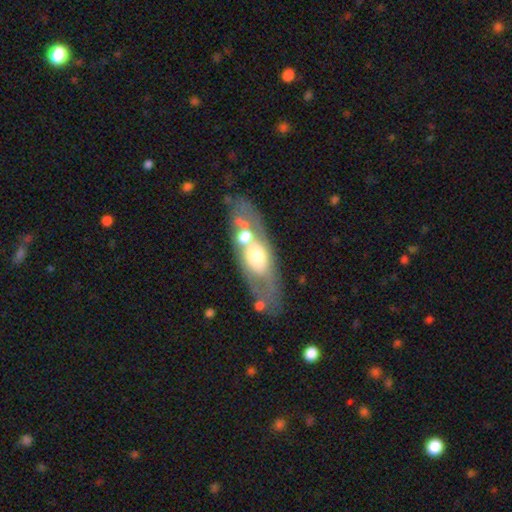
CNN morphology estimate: featured or disk 54%, smooth 38%, star or artifact 8%. Down the decision tree: edge-on disk — no (74%); merging — none (55%).